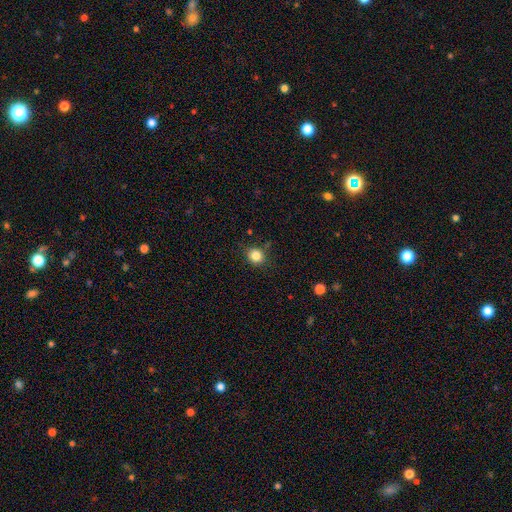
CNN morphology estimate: Smooth or featured? smooth (83%)
How rounded? round (81%)
Merging? none (82%)